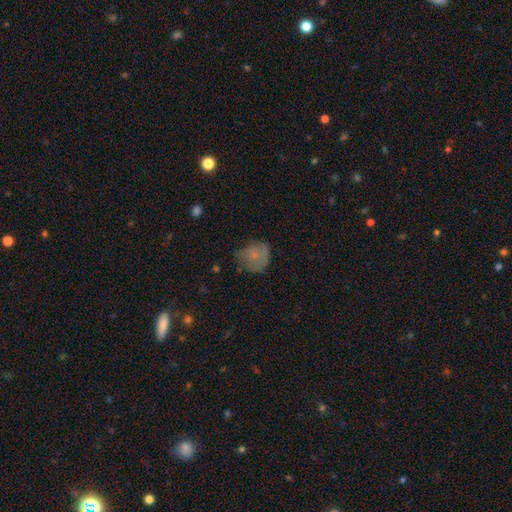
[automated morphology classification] A smooth galaxy with no disk features (70%) that is round (76%).

Vote fractions:
- Smooth or featured? smooth: 70% / featured or disk: 20% / star or artifact: 11%
- How rounded? round: 76% / in between: 23% / cigar-shaped: 1%
- Merging? none: 50% / minor disturbance: 33% / major disturbance: 16% / merger: 2%